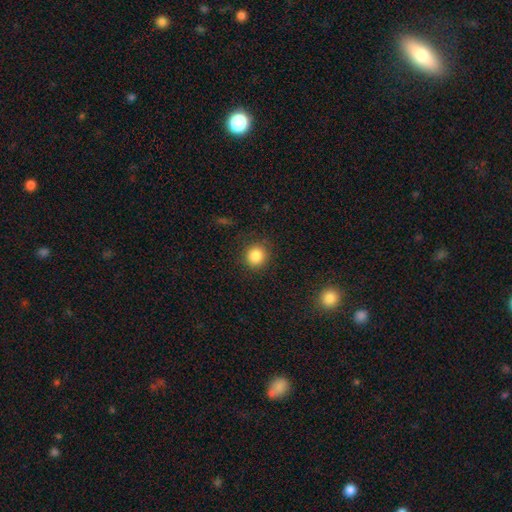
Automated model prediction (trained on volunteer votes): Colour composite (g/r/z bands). It shows a smooth galaxy with no disk features (86%) that is round (90%). Merging: none (87%).